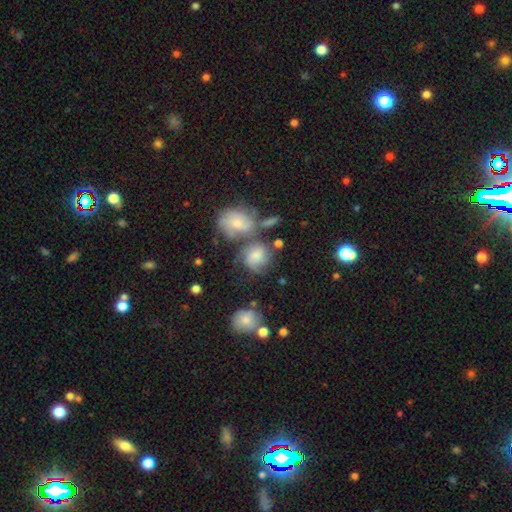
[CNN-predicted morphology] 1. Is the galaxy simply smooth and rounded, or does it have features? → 46% smooth, 43% featured or disk, 11% star or artifact.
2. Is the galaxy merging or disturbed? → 39% none, 32% merger, 17% minor disturbance, 12% major disturbance.